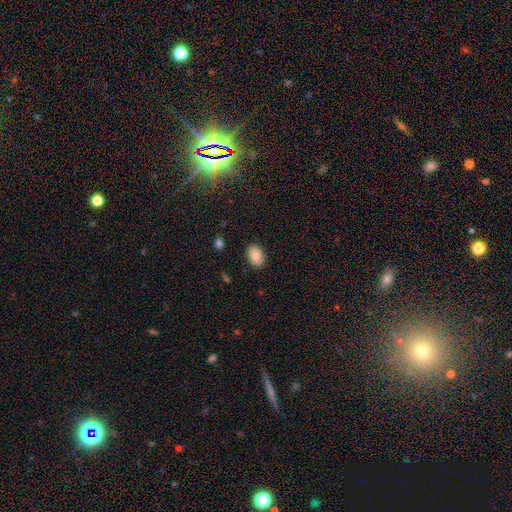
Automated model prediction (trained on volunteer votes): Smooth or featured? smooth (84%)
How rounded? in between (86%)
Merging? none (88%)